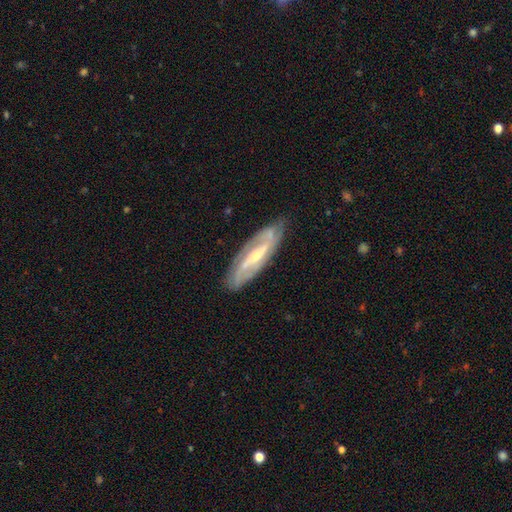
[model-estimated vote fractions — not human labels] This is clearly a featured or disk galaxy (83%). It is clearly not viewed edge-on (81%). Bar: marginally strong (42%). Spiral arm pattern: clearly yes (93%). Spiral arm count: likely 2 (74%). Spiral winding: marginally medium (43%). Central bulge: likely small (62%). Merging: clearly none (82%).